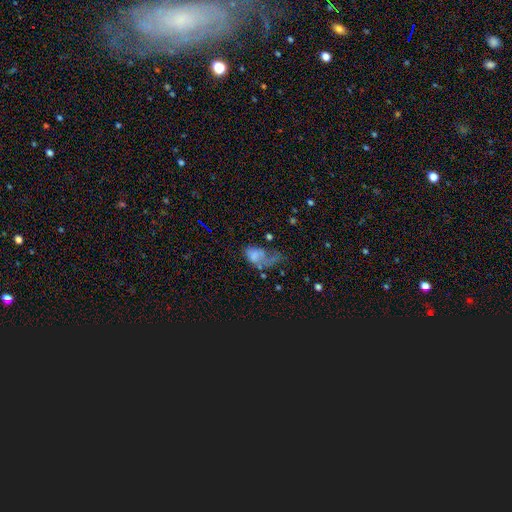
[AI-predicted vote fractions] This is possibly a smooth galaxy (56%). How rounded: clearly in between (86%). Merging: possibly major disturbance (55%).